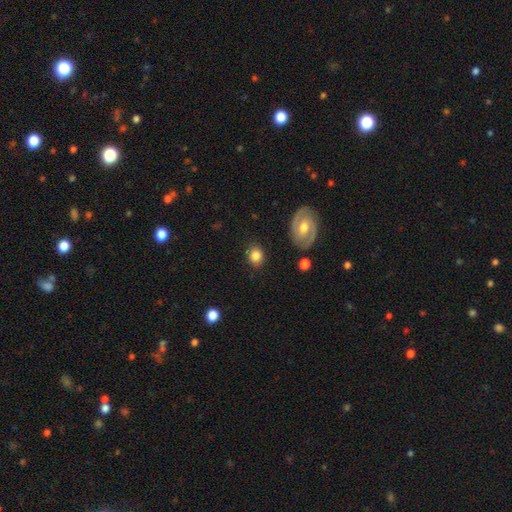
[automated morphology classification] A smooth galaxy with no disk features (80%) that is round (59%). Merging: none (83%).